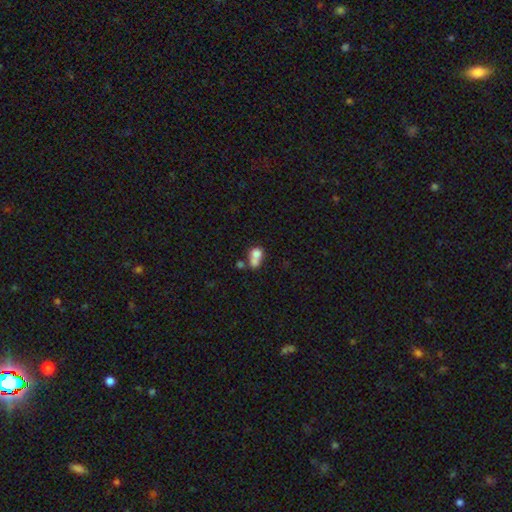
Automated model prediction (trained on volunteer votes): Overall: smooth (72%). How rounded: round (51%; in between 47%). Merging: merger (63%).